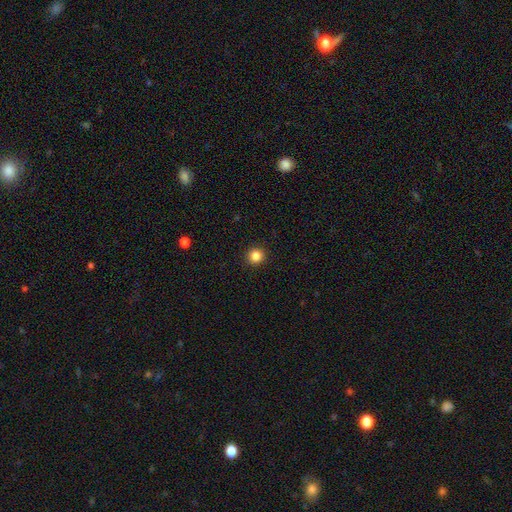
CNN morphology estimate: smooth-or-featured: smooth: 84% | star or artifact: 12% | featured or disk: 4%
  how-rounded: round: 92% | in between: 7% | cigar-shaped: 1%
  merging: none: 92% | minor disturbance: 5% | major disturbance: 2% | merger: 1%